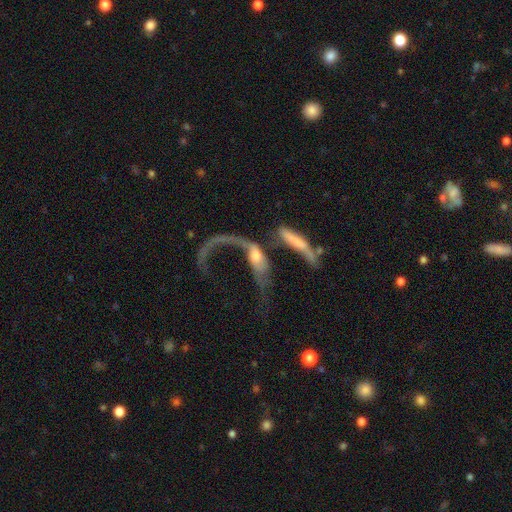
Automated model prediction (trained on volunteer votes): This appears to be a featured or disk galaxy (63%). Merging: merger (42%).